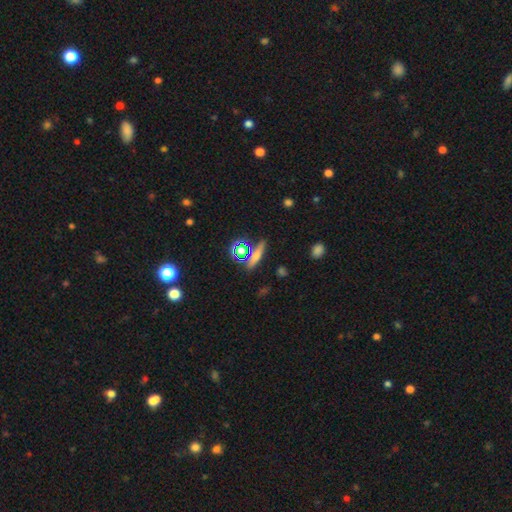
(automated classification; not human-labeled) A smooth galaxy with no disk features (57%) that is cigar-shaped (64%). Merging: none (80%).